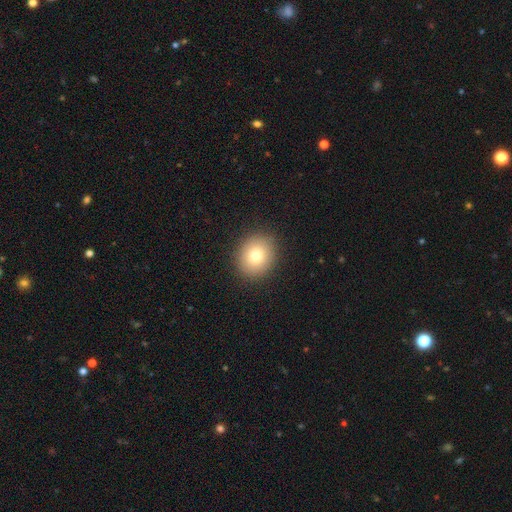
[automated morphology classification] Smooth or featured: smooth — 79% (featured or disk — 11%)
How rounded: round — 74% (in between — 25%)
Merging: none — 90% (minor disturbance — 7%)